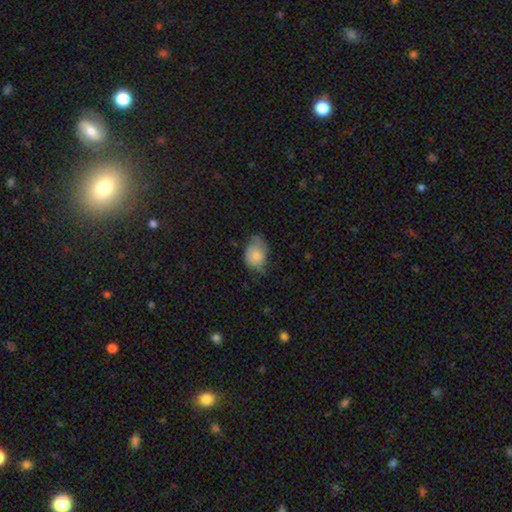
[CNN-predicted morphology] A smooth galaxy with no disk features (73%) that is in between round and cigar-shaped (70%).

Vote fractions:
- Smooth or featured? smooth: 73% / featured or disk: 20% / star or artifact: 7%
- How rounded? in between: 70% / round: 29% / cigar-shaped: 1%
- Merging? minor disturbance: 42% / none: 39% / major disturbance: 17% / merger: 2%